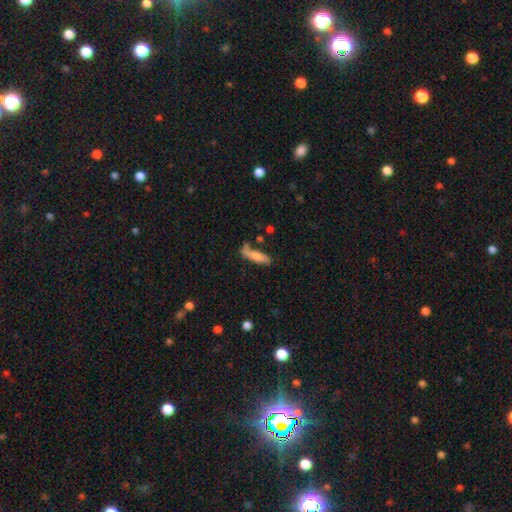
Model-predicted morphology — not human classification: Overall: smooth (72%). How rounded: cigar-shaped (64%; in between 34%). Merging: none (55%; minor disturbance 24%).